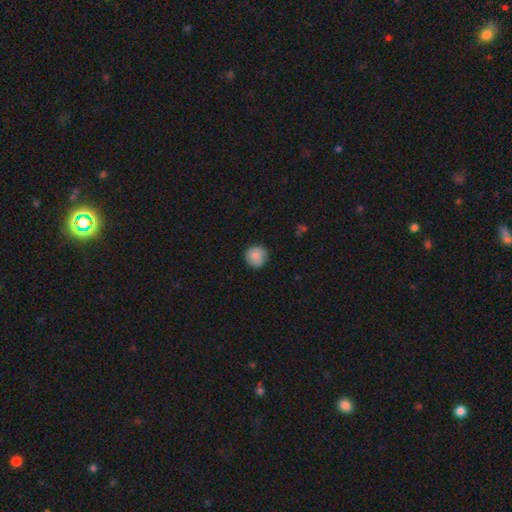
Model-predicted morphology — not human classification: smooth_or_featured: smooth (p=0.85) [alt: featured or disk p=0.08]
how_rounded: round (p=0.93) [alt: in between p=0.06]
merging: none (p=0.84) [alt: minor disturbance p=0.12]